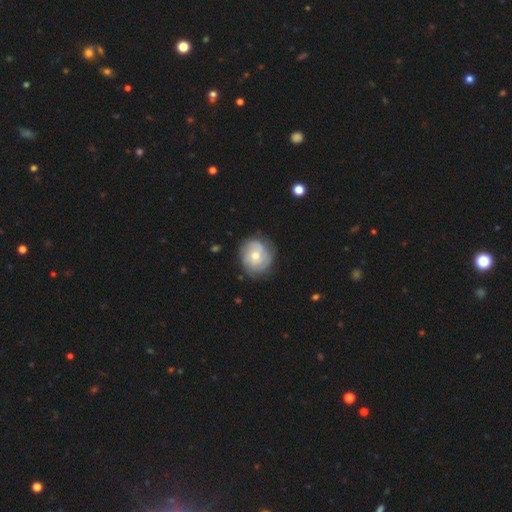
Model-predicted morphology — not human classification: featured or disk 68%, smooth 26%, star or artifact 6%. Down the decision tree: edge-on disk — no (98%); bar — no (72%); spiral arms — yes (90%); spiral arm count — can't tell (36%); spiral winding — tight (62%); bulge size — moderate (64%); merging — none (76%).